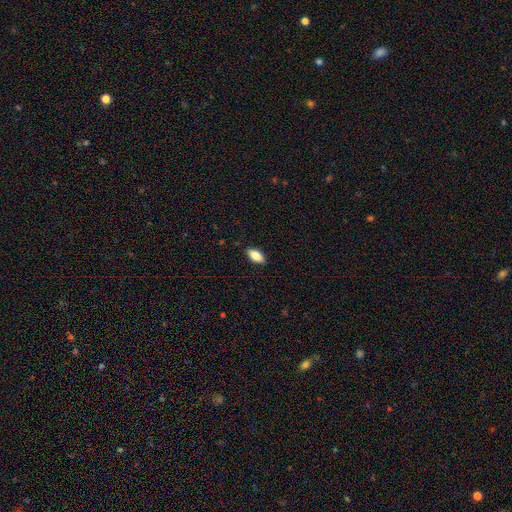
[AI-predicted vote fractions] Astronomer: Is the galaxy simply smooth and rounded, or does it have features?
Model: smooth — 83%.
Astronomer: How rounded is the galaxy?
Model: in between — 90%.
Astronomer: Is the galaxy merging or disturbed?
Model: none — 88%.